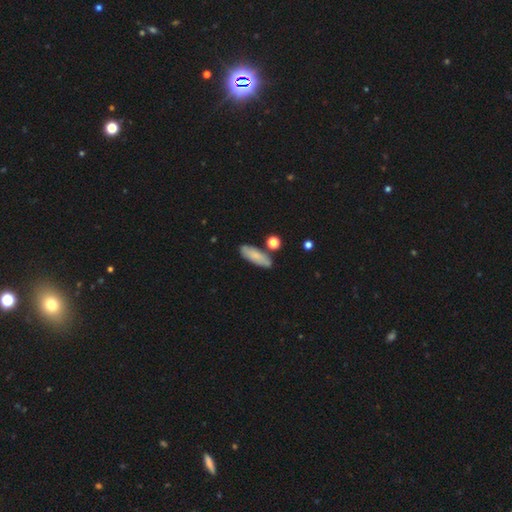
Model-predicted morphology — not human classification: Smooth or featured? Predicted: smooth (p=0.79). How rounded? Predicted: in between (p=0.61). Merging? Predicted: none (p=0.76).